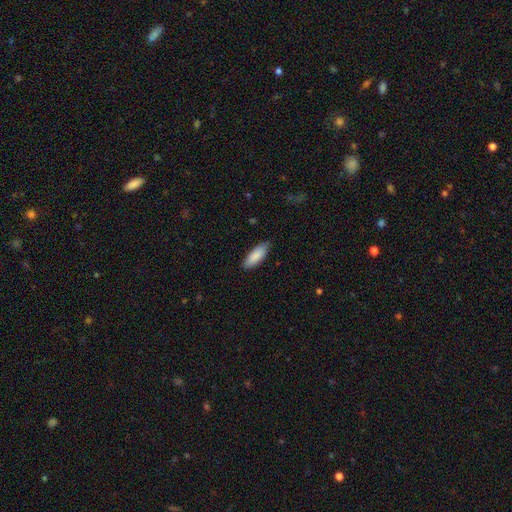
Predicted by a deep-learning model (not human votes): Smooth or featured? Predicted: smooth (p=0.88). How rounded? Predicted: in between (p=0.68). Merging? Predicted: none (p=0.82).